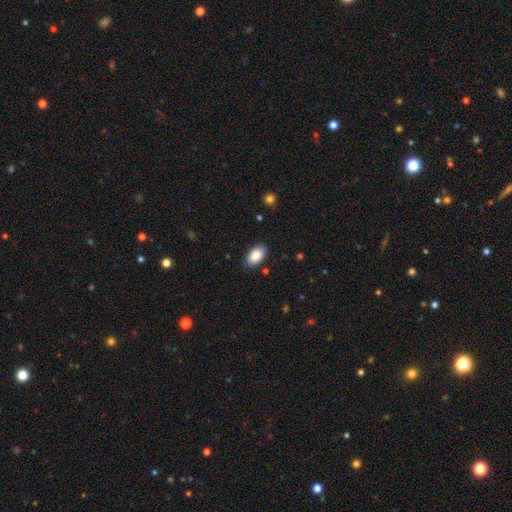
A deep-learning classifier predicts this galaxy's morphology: This appears to be a smooth galaxy with no disk features (86%) that is in between round and cigar-shaped (94%). Merging: none (86%).